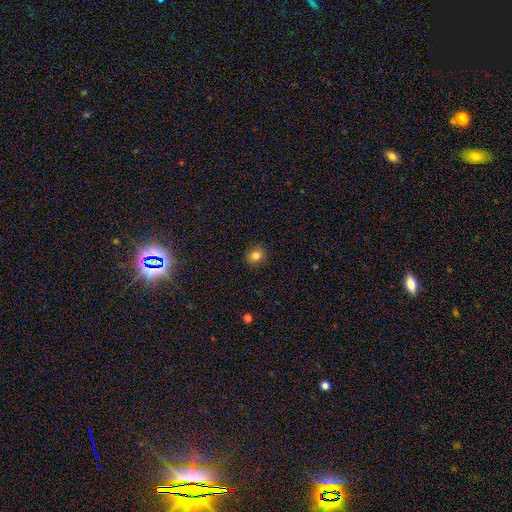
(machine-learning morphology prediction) A smooth galaxy with no disk features (81%) that is round (82%).

Vote fractions:
- Smooth or featured? smooth: 81% / star or artifact: 13% / featured or disk: 6%
- How rounded? round: 82% / in between: 17% / cigar-shaped: 1%
- Merging? none: 86% / minor disturbance: 10% / major disturbance: 2% / merger: 1%